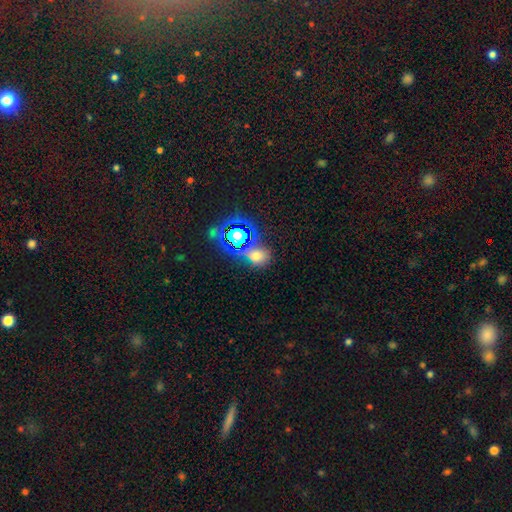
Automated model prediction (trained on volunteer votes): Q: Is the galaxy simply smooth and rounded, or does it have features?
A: smooth — 54%.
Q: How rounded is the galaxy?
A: round — 55%.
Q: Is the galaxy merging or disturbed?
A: none — 64%.